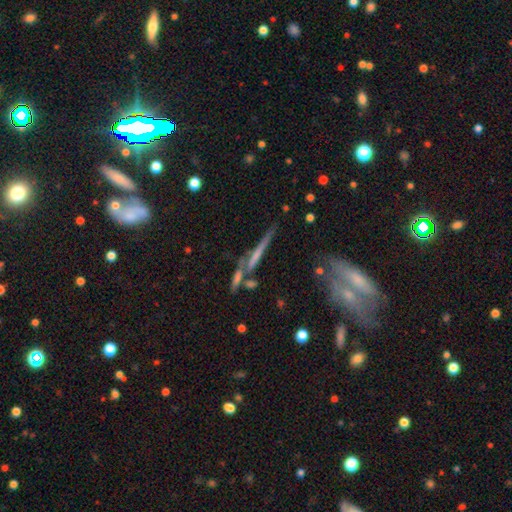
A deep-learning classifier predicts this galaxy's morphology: smooth-or-featured: featured or disk: 60% | smooth: 29% | star or artifact: 12%
  disk-edge-on: yes: 91% | no: 9%
    edge-on-bulge: none: 62% | rounded: 25% | boxy: 13%
  merging: none: 63% | merger: 17% | minor disturbance: 14% | major disturbance: 6%